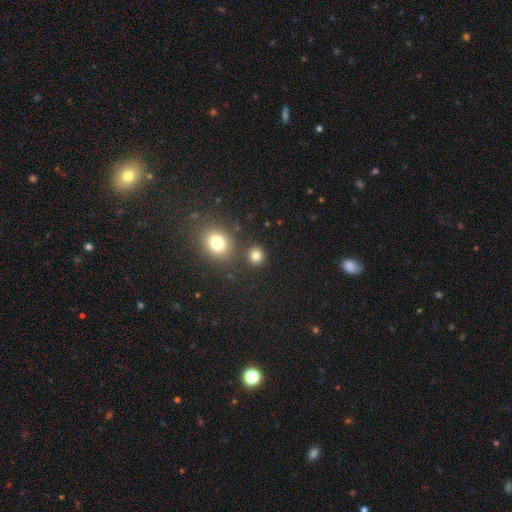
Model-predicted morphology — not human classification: Smooth or featured?
  - smooth: 80% *
  - star or artifact: 15%
  - featured or disk: 6%
How rounded?
  - round: 85% *
  - in between: 14%
  - cigar-shaped: 1%
Merging?
  - none: 83% *
  - merger: 7%
  - minor disturbance: 7%
  - major disturbance: 3%